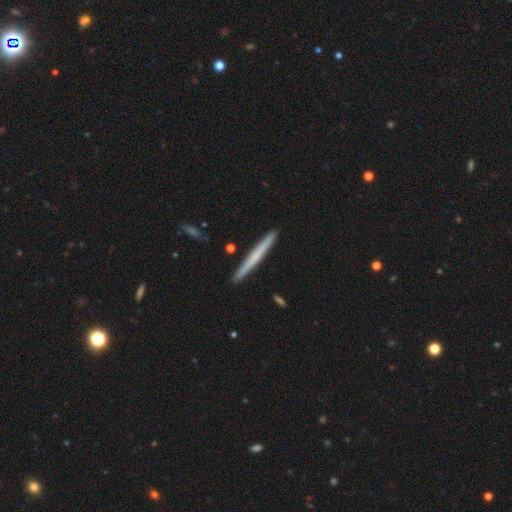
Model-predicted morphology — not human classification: A featured or disk galaxy (47%, tied with smooth). Merging: none (91%).